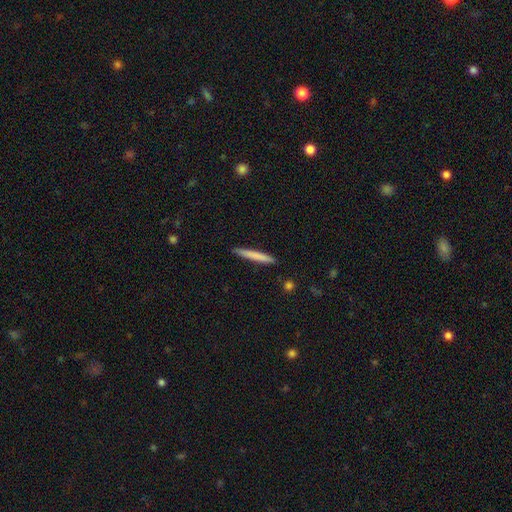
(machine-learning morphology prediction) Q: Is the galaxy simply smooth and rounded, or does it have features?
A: smooth — 74%.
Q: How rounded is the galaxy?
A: cigar-shaped — 96%.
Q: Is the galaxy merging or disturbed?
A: none — 90%.